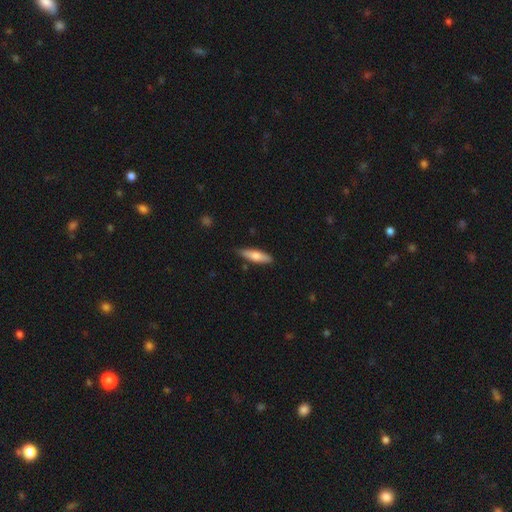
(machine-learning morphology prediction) Smooth or featured? smooth (70%)
How rounded? cigar-shaped (63%)
Merging? none (82%)